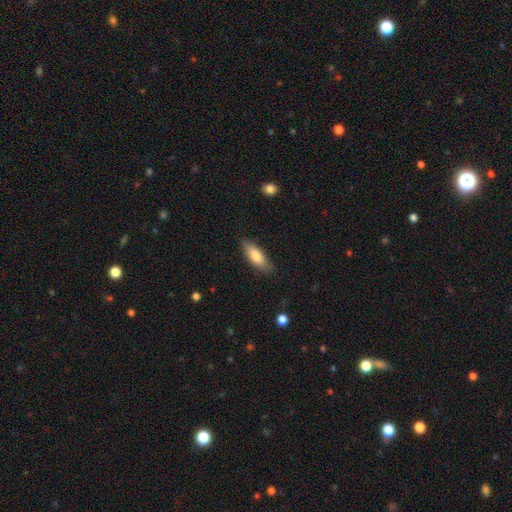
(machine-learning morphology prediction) Smooth or featured?
  - smooth: 78% *
  - featured or disk: 16%
  - star or artifact: 6%
How rounded?
  - in between: 62% *
  - cigar-shaped: 36%
  - round: 2%
Merging?
  - none: 83% *
  - minor disturbance: 13%
  - major disturbance: 3%
  - merger: 1%